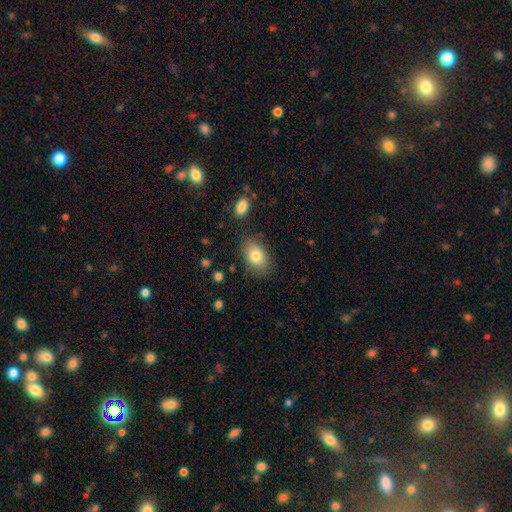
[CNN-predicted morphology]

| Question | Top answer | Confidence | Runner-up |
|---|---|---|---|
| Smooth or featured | smooth | 81% | featured or disk (12%) |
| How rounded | in between | 85% | round (13%) |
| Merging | none | 81% | minor disturbance (13%) |